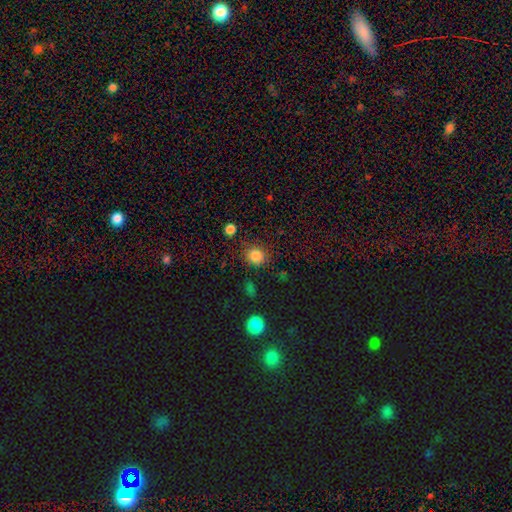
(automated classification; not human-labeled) Q: Smooth or featured?
A: smooth (83%); runner-up: star or artifact (12%)
Q: How rounded?
A: round (81%); runner-up: in between (18%)
Q: Merging?
A: none (82%); runner-up: minor disturbance (12%)